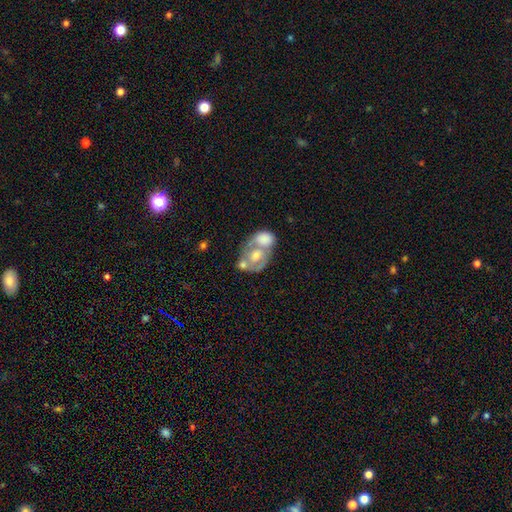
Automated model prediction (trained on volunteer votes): Smooth or featured? Predicted: featured or disk (p=0.58). Edge-on disk? Predicted: no (p=0.97). Bar? Predicted: no (p=0.80). Spiral arms? Predicted: no (p=0.59). Bulge size? Predicted: moderate (p=0.53). Merging? Predicted: merger (p=0.59).